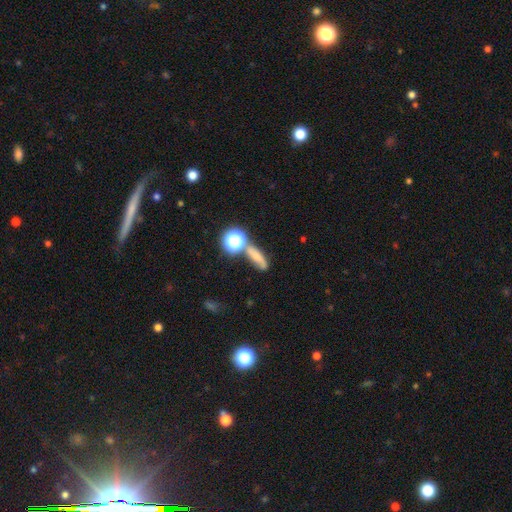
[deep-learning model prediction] smooth 60%, star or artifact 21%, featured or disk 19%. Down the decision tree: how rounded — in between (37%); merging — none (59%).